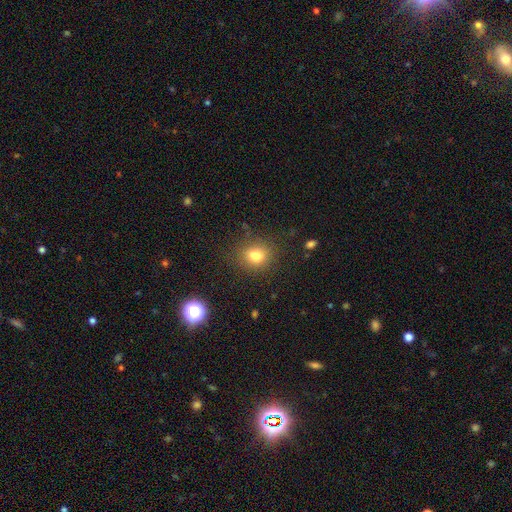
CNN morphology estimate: This appears to be a smooth galaxy with no disk features (79%) that is round (59%). Merging: none (81%).